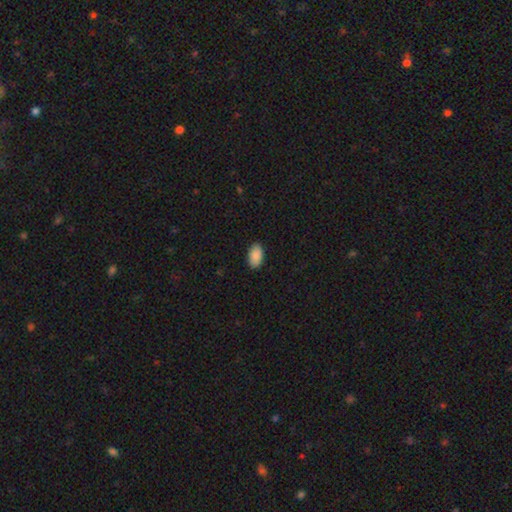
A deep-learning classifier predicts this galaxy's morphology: Smooth or featured?
  - smooth: 90% *
  - star or artifact: 7%
  - featured or disk: 4%
How rounded?
  - in between: 95% *
  - round: 4%
  - cigar-shaped: 2%
Merging?
  - none: 89% *
  - minor disturbance: 8%
  - major disturbance: 2%
  - merger: 1%